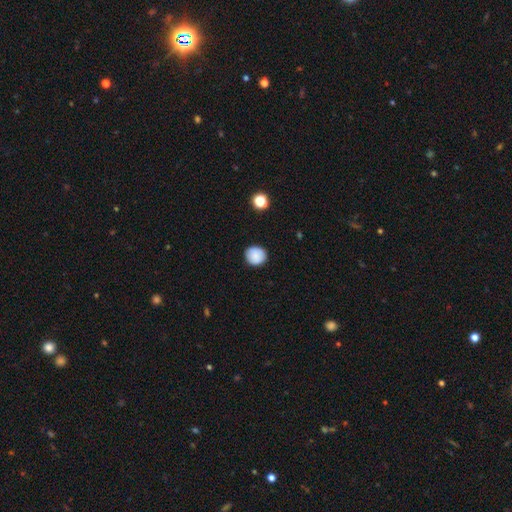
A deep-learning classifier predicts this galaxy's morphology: A smooth galaxy with no disk features (86%) that is round (84%). Merging: none (87%).